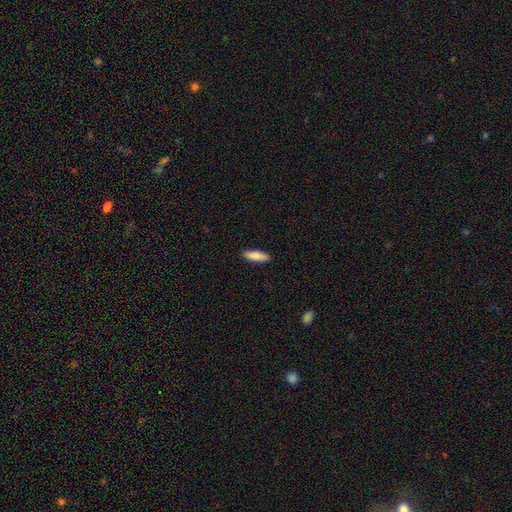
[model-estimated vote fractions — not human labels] A smooth galaxy with no disk features (88%) that is in between round and cigar-shaped (50%). Merging: none (90%).